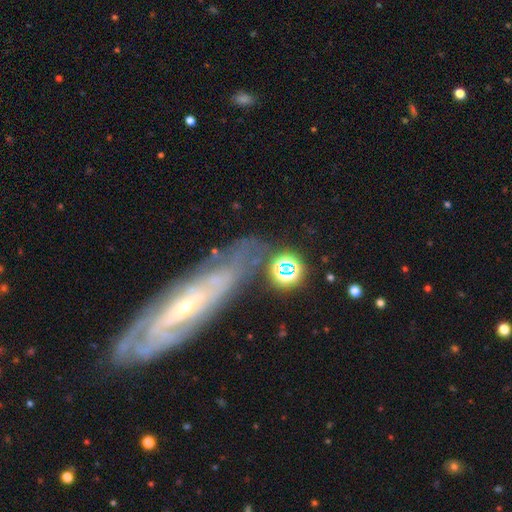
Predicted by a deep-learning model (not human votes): Overall: featured or disk (73%). Edge-on disk: no (73%). Bar: no (50%; weak 34%). Spiral arms: yes (87%). Bulge size: small (69%). Merging: none (71%).